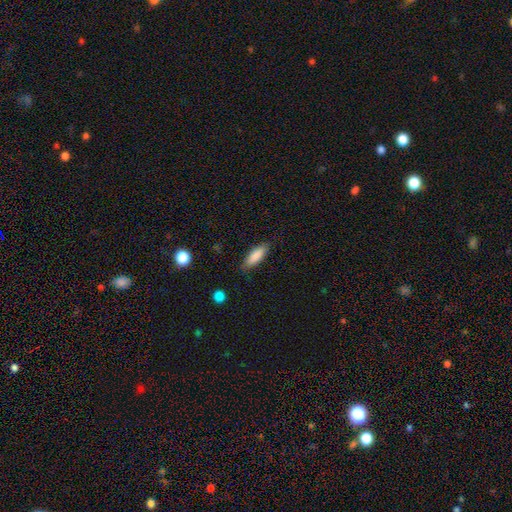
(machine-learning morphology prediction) Smooth or featured? Predicted: smooth (p=0.85). How rounded? Predicted: in between (p=0.61). Merging? Predicted: none (p=0.81).